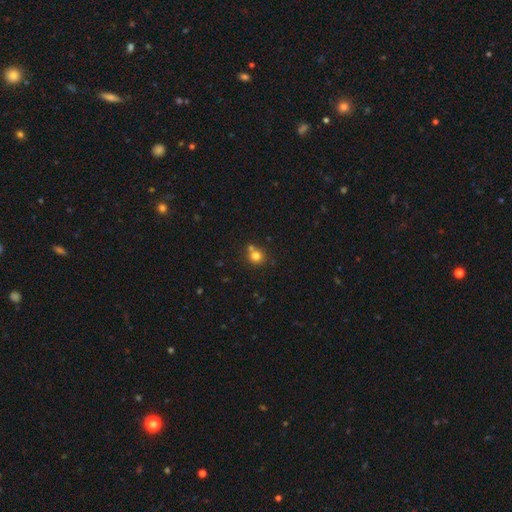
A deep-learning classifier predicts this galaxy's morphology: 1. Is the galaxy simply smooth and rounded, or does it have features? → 78% smooth, 13% star or artifact, 9% featured or disk.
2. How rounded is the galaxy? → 87% round, 12% in between, 1% cigar-shaped.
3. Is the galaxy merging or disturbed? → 61% none, 26% merger, 10% minor disturbance, 3% major disturbance.